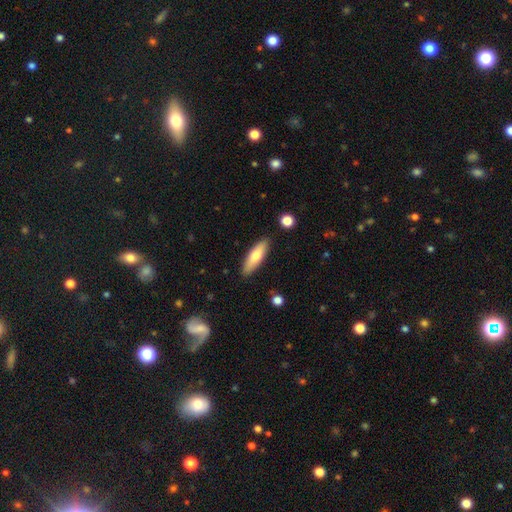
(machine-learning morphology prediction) This appears to be a smooth galaxy with no disk features (71%) that is cigar-shaped (53%). Merging: none (88%).